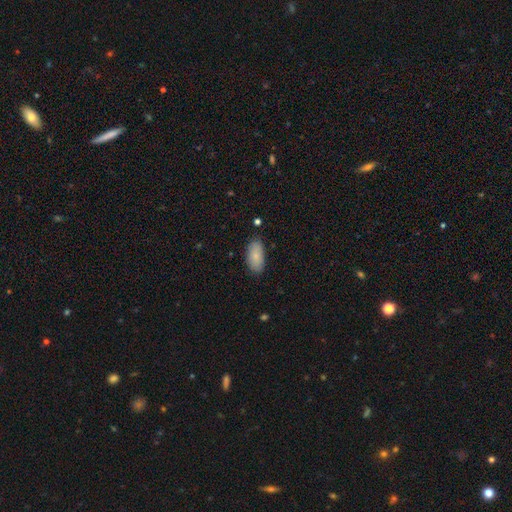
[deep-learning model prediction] The model was most divided on "merging": none: 81%, minor disturbance: 14%, major disturbance: 3%, merger: 1%. More confident: how rounded — in between (93%); smooth or featured — smooth (83%).